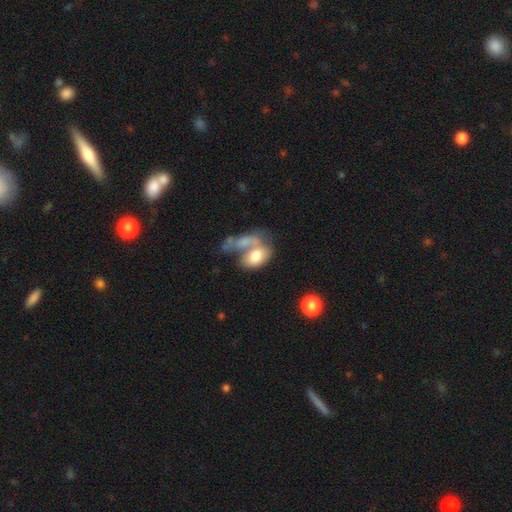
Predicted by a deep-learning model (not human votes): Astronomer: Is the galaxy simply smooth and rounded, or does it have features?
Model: smooth — 65%.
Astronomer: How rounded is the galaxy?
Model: in between — 86%.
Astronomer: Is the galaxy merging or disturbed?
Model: merger — 56%.